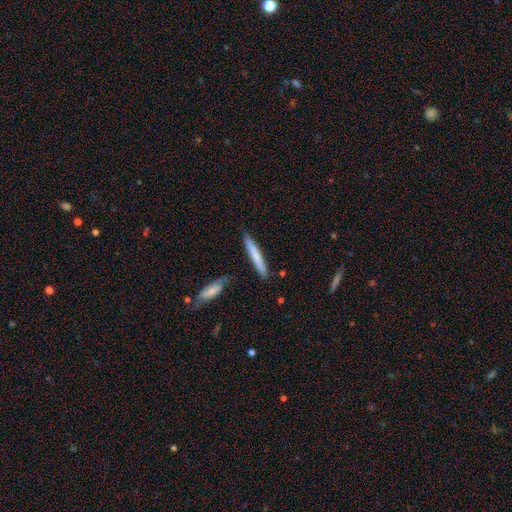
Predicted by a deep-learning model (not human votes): Smooth or featured: smooth — 68% (featured or disk — 27%)
How rounded: cigar-shaped — 95% (in between — 4%)
Merging: none — 80% (minor disturbance — 11%)